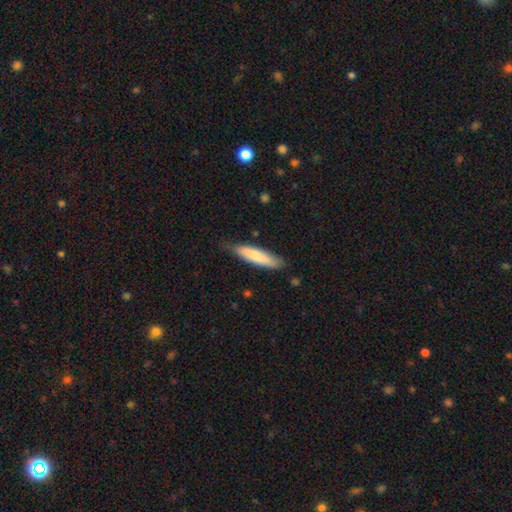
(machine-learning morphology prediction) A smooth galaxy with no disk features (77%) that is cigar-shaped (79%). Merging: none (75%).